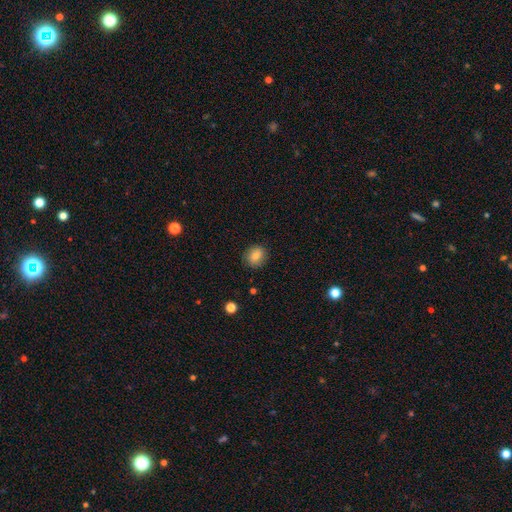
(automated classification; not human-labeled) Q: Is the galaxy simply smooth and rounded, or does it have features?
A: smooth — 81%.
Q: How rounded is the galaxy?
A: round — 72%.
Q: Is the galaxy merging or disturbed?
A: none — 87%.